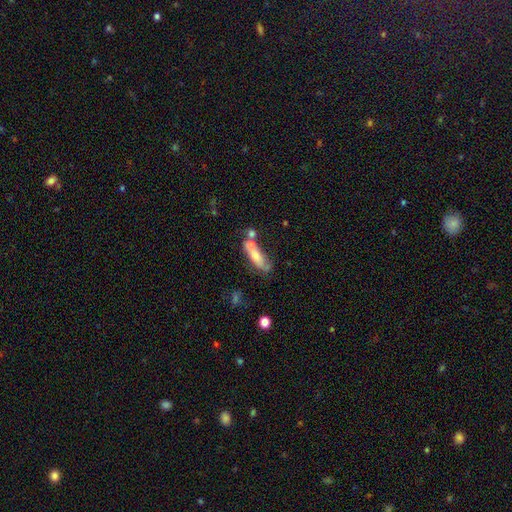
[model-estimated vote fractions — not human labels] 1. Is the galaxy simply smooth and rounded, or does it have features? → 61% smooth, 30% featured or disk, 8% star or artifact.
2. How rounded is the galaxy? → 49% cigar-shaped, 48% in between, 3% round.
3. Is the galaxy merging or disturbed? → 38% merger, 31% none, 19% minor disturbance, 12% major disturbance.